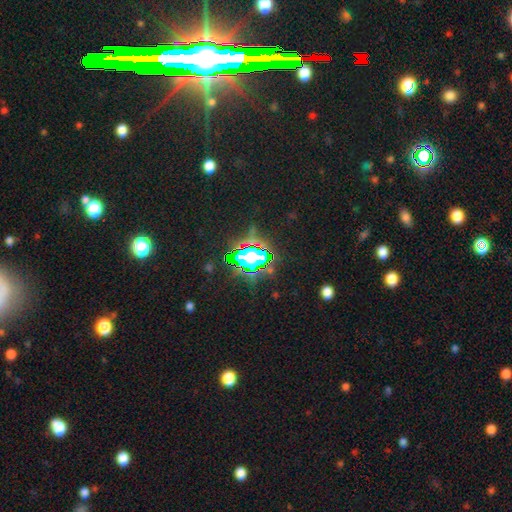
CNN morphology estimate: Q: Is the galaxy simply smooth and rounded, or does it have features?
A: star or artifact — 68%.